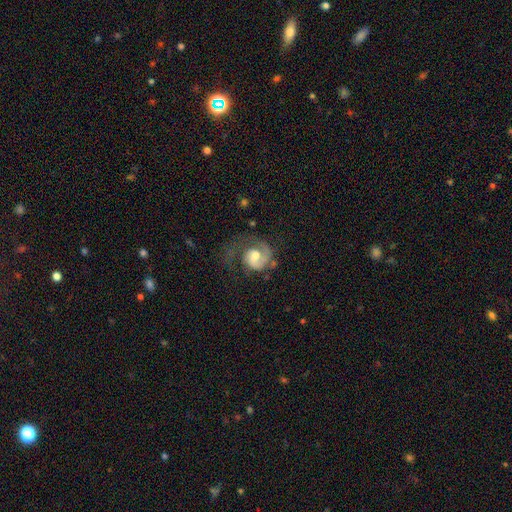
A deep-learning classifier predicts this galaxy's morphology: Q: Smooth or featured?
A: featured or disk (81%); runner-up: smooth (14%)
Q: Edge-on disk?
A: no (98%); runner-up: yes (2%)
Q: Bar?
A: no (58%); runner-up: weak (36%)
Q: Spiral arms?
A: yes (95%); runner-up: no (5%)
Q: Spiral winding?
A: medium (42%); runner-up: tight (34%)
Q: Spiral arm count?
A: 1 (60%); runner-up: 2 (31%)
Q: Bulge size?
A: moderate (59%); runner-up: small (23%)
Q: Merging?
A: none (44%); runner-up: major disturbance (34%)